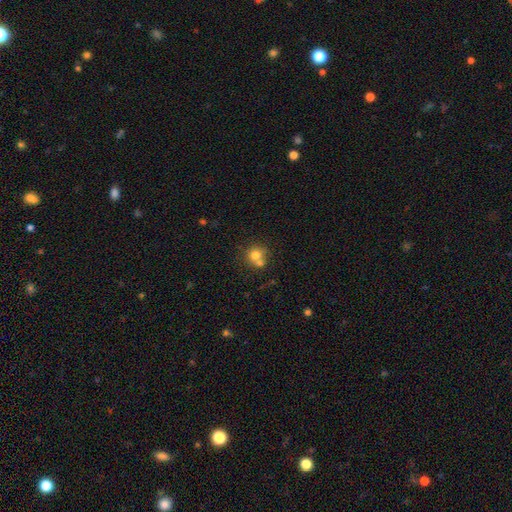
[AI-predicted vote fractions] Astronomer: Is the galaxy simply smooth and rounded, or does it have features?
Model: smooth — 74%.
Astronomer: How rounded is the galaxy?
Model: round — 86%.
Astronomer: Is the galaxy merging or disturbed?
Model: none — 49% (runner-up: merger, 39%).